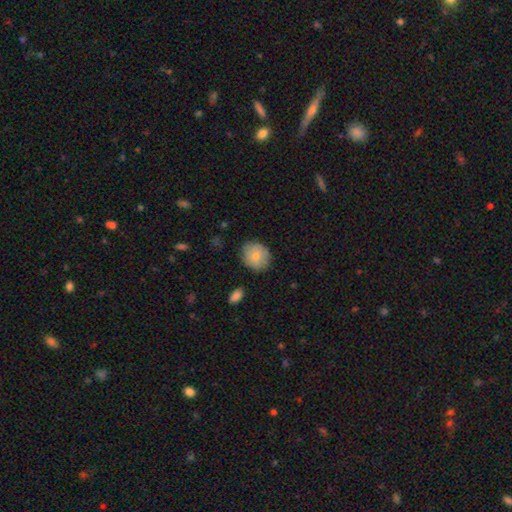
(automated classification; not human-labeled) A smooth galaxy with no disk features (78%) that is round (73%). Merging: none (83%).